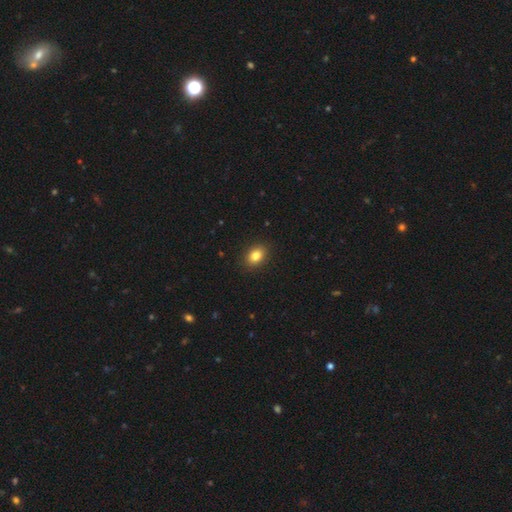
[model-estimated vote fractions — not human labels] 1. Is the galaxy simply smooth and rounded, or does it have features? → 83% smooth, 10% star or artifact, 7% featured or disk.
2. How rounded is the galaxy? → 74% in between, 25% round, 1% cigar-shaped.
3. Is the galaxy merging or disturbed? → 90% none, 7% minor disturbance, 2% major disturbance, 1% merger.